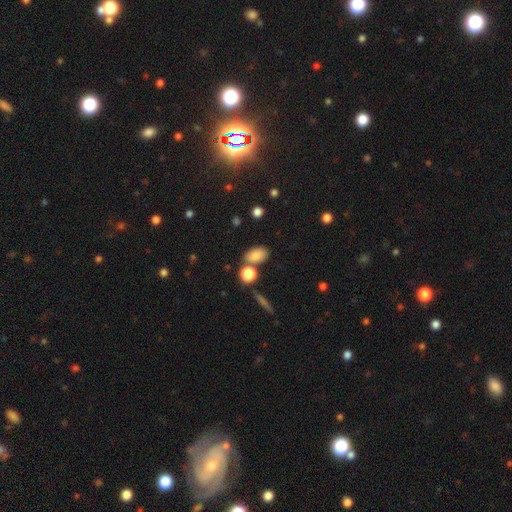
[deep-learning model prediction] smooth_or_featured: smooth (p=0.83) [alt: star or artifact p=0.10]
how_rounded: in between (p=0.86) [alt: round p=0.12]
merging: none (p=0.64) [alt: merger p=0.18]